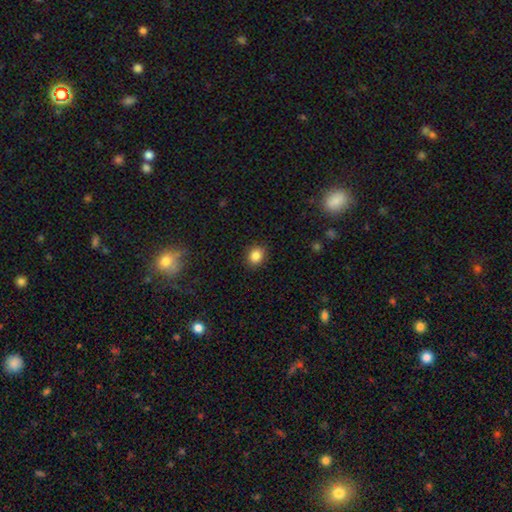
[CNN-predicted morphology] smooth 85%, star or artifact 10%, featured or disk 5%. Down the decision tree: how rounded — round (65%); merging — none (89%).